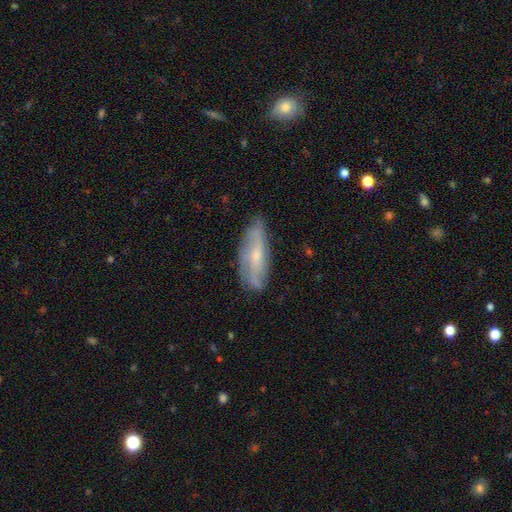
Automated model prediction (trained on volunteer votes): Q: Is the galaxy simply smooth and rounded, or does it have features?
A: featured or disk — 63%.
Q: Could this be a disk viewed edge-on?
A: no — 77%.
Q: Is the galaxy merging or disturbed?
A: none — 74%.